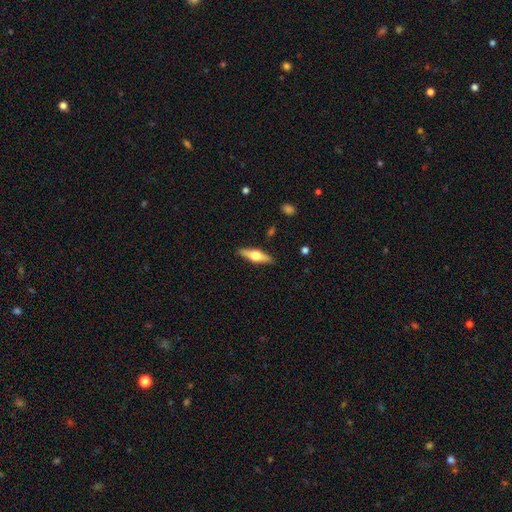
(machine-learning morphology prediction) smooth-or-featured: featured or disk: 58% | smooth: 37% | star or artifact: 6%
  disk-edge-on: yes: 94% | no: 6%
    edge-on-bulge: rounded: 95% | boxy: 4% | none: 2%
  merging: none: 89% | minor disturbance: 8% | major disturbance: 2% | merger: 1%